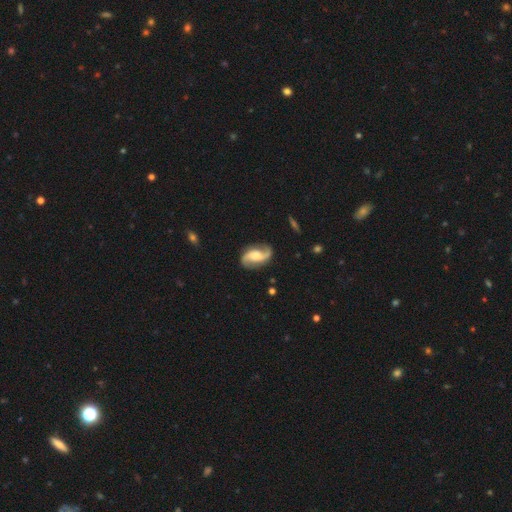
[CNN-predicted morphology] smooth_or_featured: featured or disk (p=0.87) [alt: smooth p=0.08]
disk_edge_on: no (p=0.97) [alt: yes p=0.03]
bar: no (p=0.48) [alt: weak p=0.37]
has_spiral_arms: yes (p=0.97) [alt: no p=0.03]
spiral_winding: loose (p=0.51) [alt: medium p=0.39]
spiral_arm_count: 2 (p=0.93) [alt: 1 p=0.02]
bulge_size: moderate (p=0.42) [alt: small p=0.23]
merging: none (p=0.82) [alt: minor disturbance p=0.12]